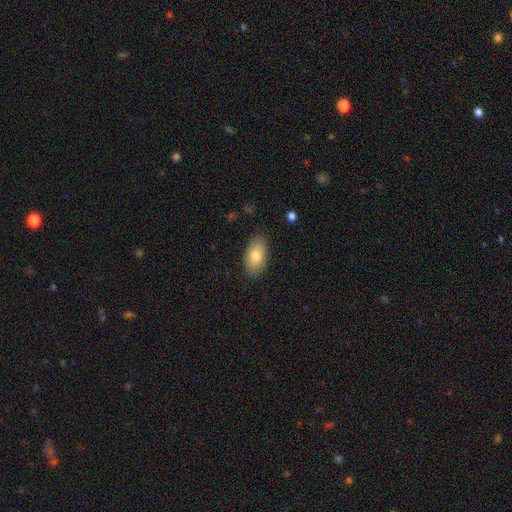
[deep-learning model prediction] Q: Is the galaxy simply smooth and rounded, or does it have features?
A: smooth — 77%.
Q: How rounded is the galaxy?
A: in between — 93%.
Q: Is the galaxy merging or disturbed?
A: none — 85%.